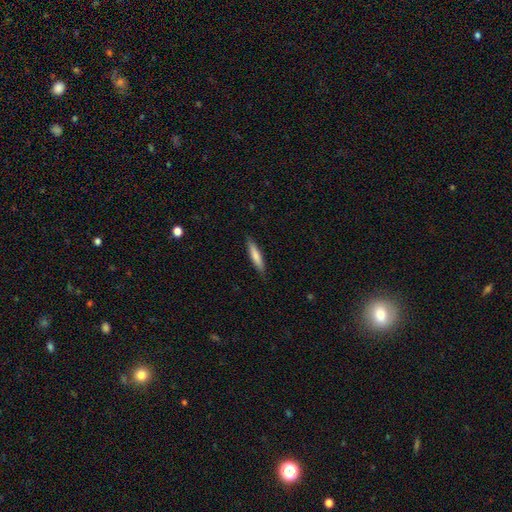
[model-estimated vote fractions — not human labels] Smooth or featured? Predicted: smooth (p=0.74). How rounded? Predicted: cigar-shaped (p=0.88). Merging? Predicted: none (p=0.87).